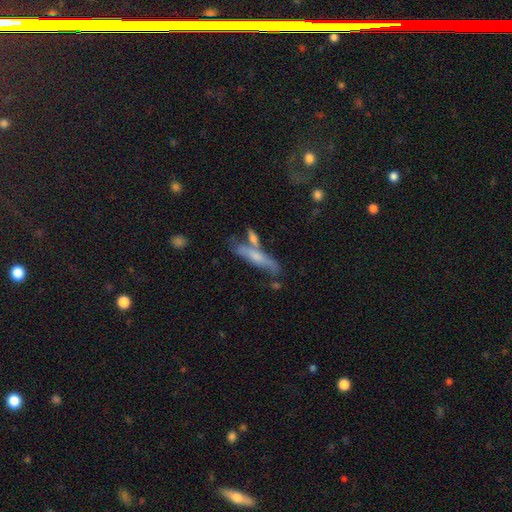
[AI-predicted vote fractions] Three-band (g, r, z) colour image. It shows a smooth galaxy with no disk features (47%). Merging: none (52%).